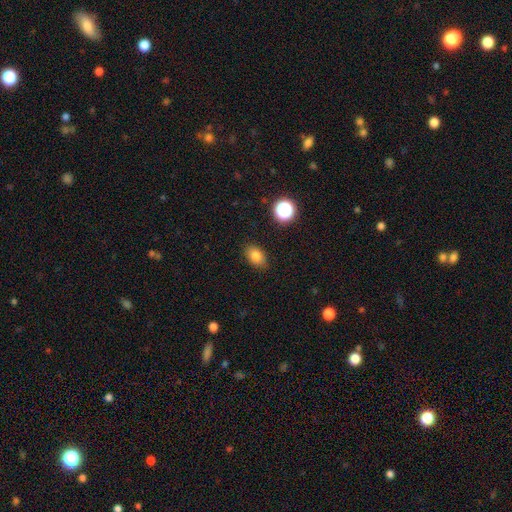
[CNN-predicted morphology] smooth_or_featured: smooth (p=0.82) [alt: star or artifact p=0.12]
how_rounded: in between (p=0.79) [alt: round p=0.19]
merging: none (p=0.85) [alt: minor disturbance p=0.11]